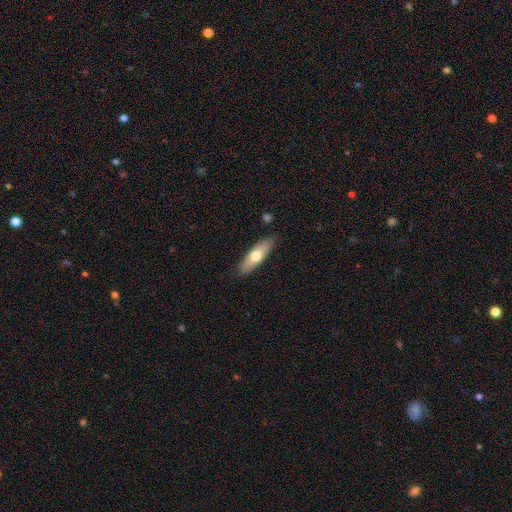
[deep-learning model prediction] Smooth or featured?
  - smooth: 62% *
  - featured or disk: 32%
  - star or artifact: 5%
How rounded?
  - in between: 49% *
  - cigar-shaped: 48%
  - round: 2%
Merging?
  - none: 86% *
  - minor disturbance: 10%
  - major disturbance: 2%
  - merger: 2%